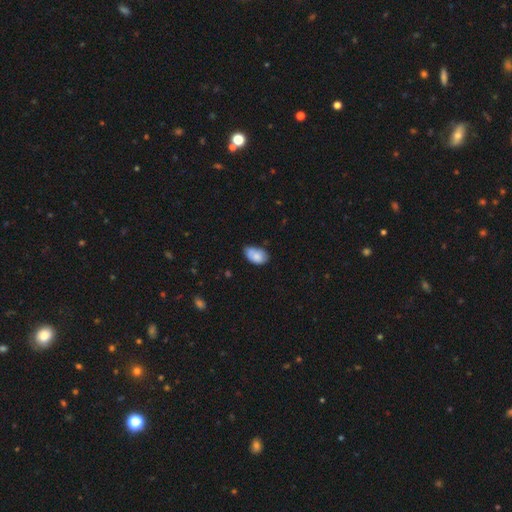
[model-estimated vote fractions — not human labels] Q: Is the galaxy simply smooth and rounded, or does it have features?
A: smooth — 78%.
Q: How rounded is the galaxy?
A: in between — 92%.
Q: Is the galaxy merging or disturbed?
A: none — 53%.